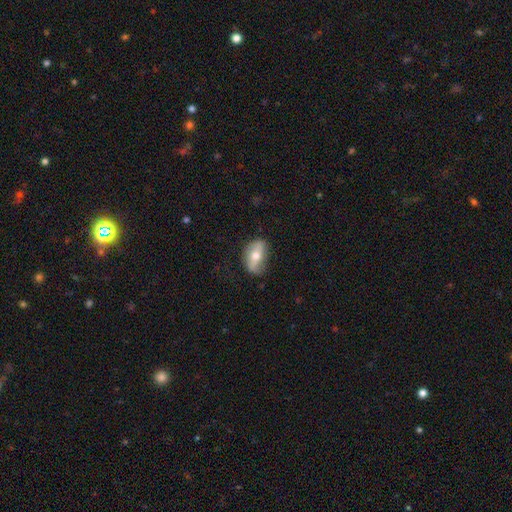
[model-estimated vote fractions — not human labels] Smooth or featured: featured or disk — 48% (smooth — 45%)
Merging: none — 71% (minor disturbance — 21%)